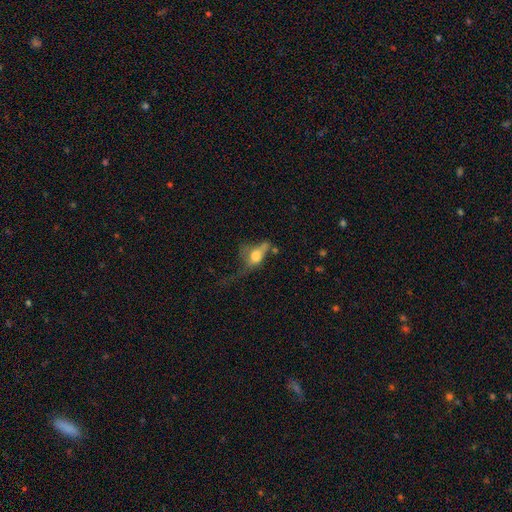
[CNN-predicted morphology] This appears to be a smooth galaxy with no disk features (52%) that is in between round and cigar-shaped (69%). Merging: major disturbance (53%).